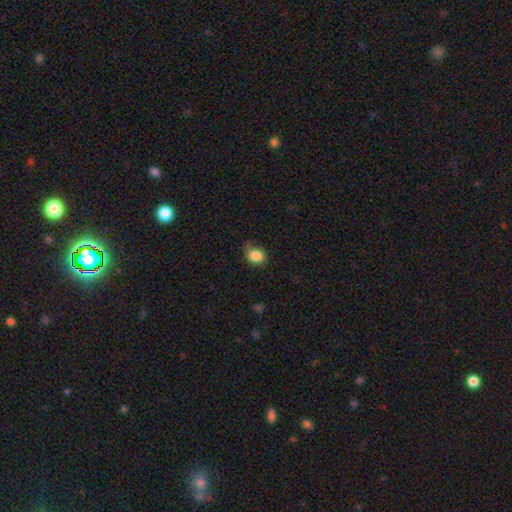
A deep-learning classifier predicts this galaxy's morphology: type=smooth (85%); roundness=round (57%); merging=none (55%).